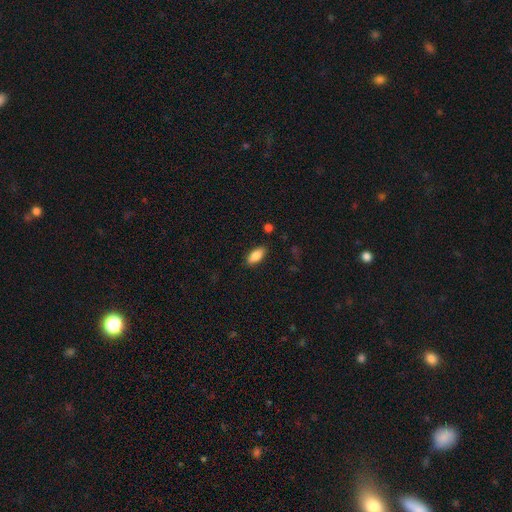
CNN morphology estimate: Smooth or featured? Predicted: smooth (p=0.83). How rounded? Predicted: in between (p=0.86). Merging? Predicted: none (p=0.86).